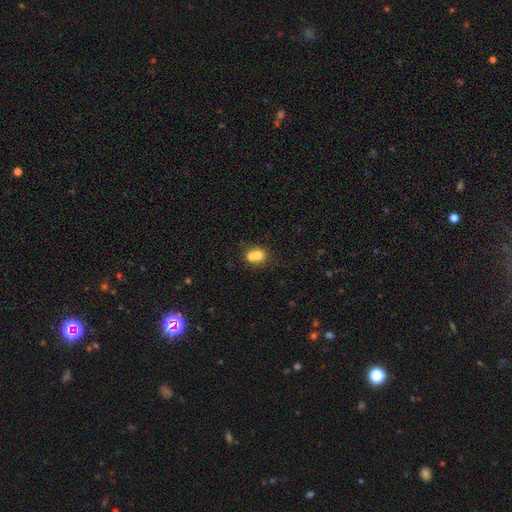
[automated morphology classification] Overall: smooth (70%). How rounded: round (69%; in between 30%). Merging: merger (64%; none 27%).